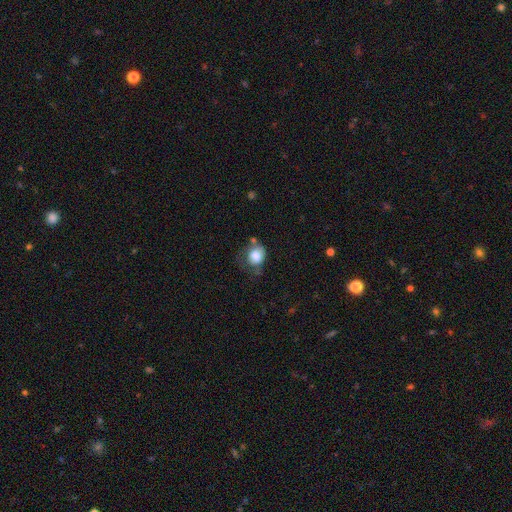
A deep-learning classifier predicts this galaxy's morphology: type=smooth (78%); roundness=round (64%); merging=none (40%).